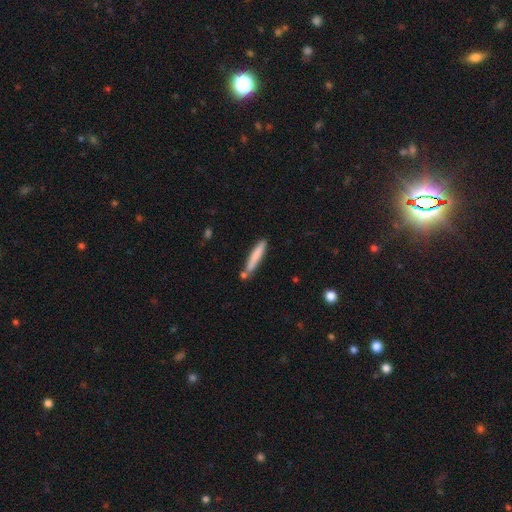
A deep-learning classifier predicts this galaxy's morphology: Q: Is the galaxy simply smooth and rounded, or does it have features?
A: smooth — 77%.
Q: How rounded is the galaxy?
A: cigar-shaped — 93%.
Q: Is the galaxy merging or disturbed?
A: none — 72%.